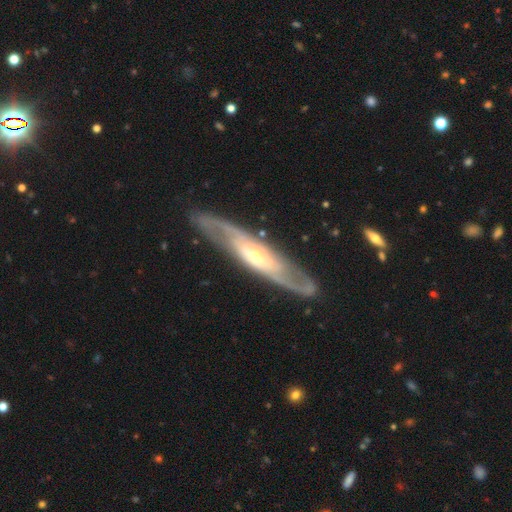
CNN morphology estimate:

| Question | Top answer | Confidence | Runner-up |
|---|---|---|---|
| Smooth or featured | featured or disk | 82% | smooth (13%) |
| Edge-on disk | no | 69% | yes (31%) |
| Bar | no | 57% | weak (30%) |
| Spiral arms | yes | 89% | no (11%) |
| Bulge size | small | 48% | moderate (41%) |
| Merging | none | 82% | minor disturbance (12%) |